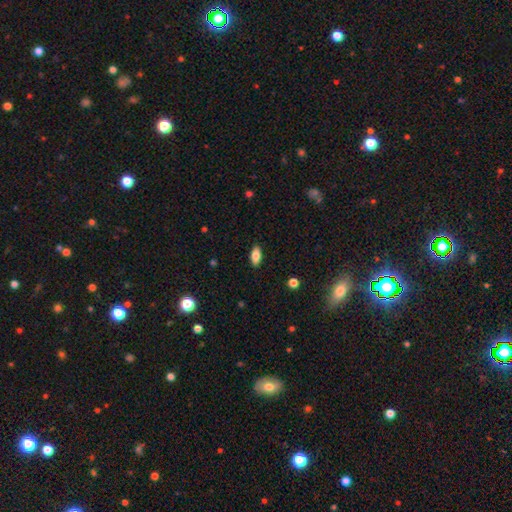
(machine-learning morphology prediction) Overall: smooth (80%). How rounded: in between (88%). Merging: none (89%).